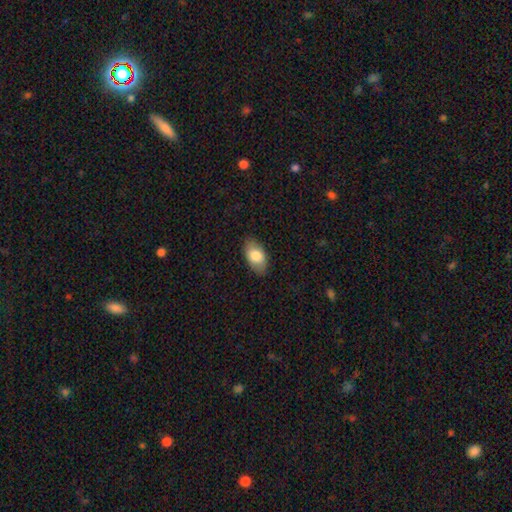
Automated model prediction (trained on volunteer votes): smooth-or-featured: smooth: 80% | featured or disk: 13% | star or artifact: 6%
  how-rounded: in between: 93% | round: 5% | cigar-shaped: 2%
  merging: none: 85% | minor disturbance: 11% | major disturbance: 3% | merger: 1%